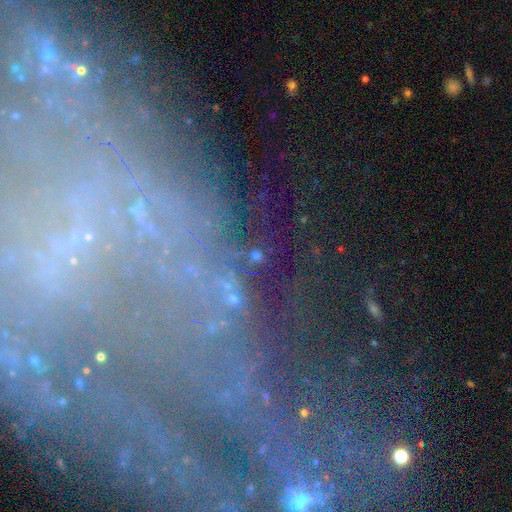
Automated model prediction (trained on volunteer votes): Smooth or featured: star or artifact — 50% (featured or disk — 29%)